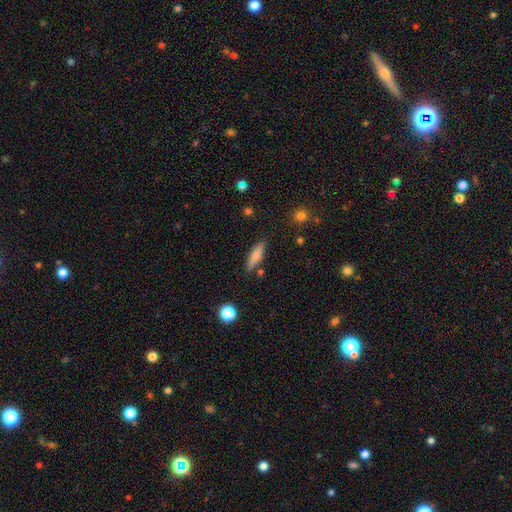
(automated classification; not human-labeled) Morphology: type=smooth (66%); roundness=cigar-shaped (72%); merging=none (83%).